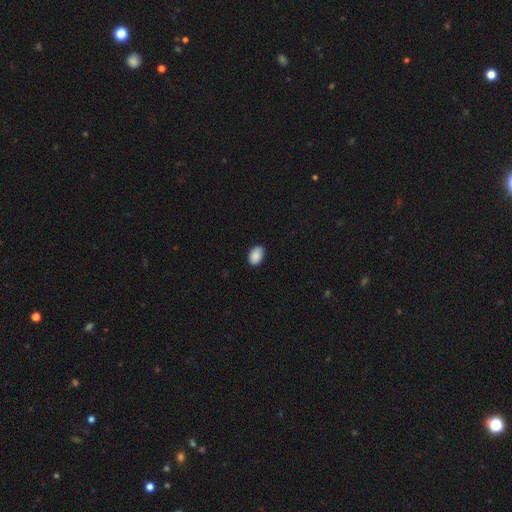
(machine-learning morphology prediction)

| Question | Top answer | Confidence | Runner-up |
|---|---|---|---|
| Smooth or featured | smooth | 89% | star or artifact (7%) |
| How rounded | in between | 84% | round (15%) |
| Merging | none | 84% | minor disturbance (13%) |